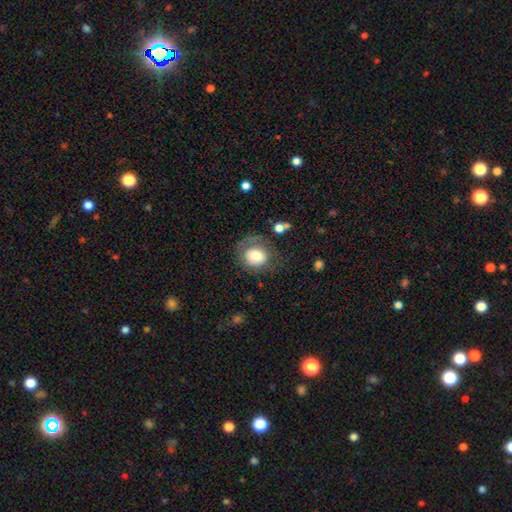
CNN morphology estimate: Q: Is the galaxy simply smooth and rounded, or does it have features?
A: smooth — 72%.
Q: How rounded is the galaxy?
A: round — 72%.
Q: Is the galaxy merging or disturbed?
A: none — 60%.